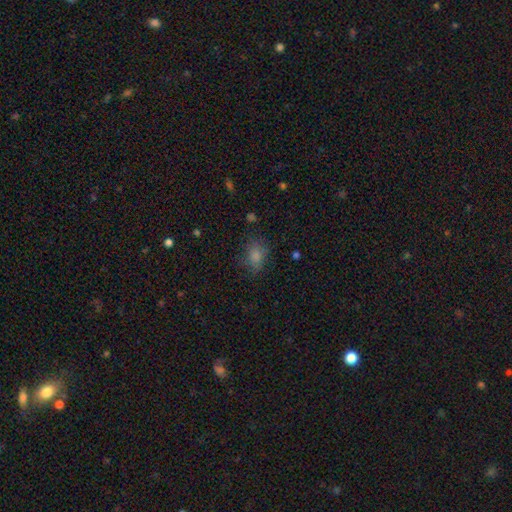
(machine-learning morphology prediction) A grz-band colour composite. It shows a smooth galaxy with no disk features (81%) that is in between round and cigar-shaped (71%). Merging: none (72%).